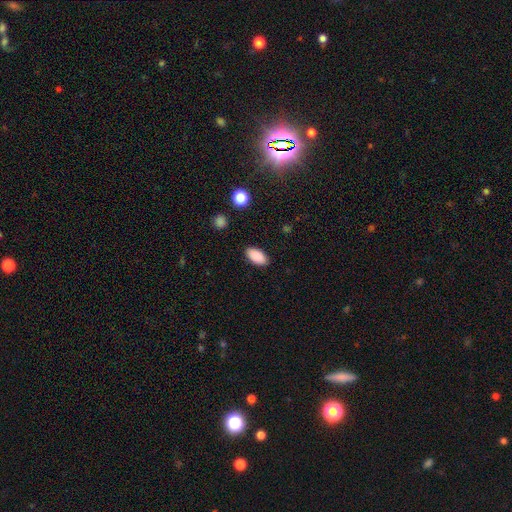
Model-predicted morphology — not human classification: This appears to be a smooth galaxy with no disk features (89%) that is in between round and cigar-shaped (93%). Merging: none (88%).